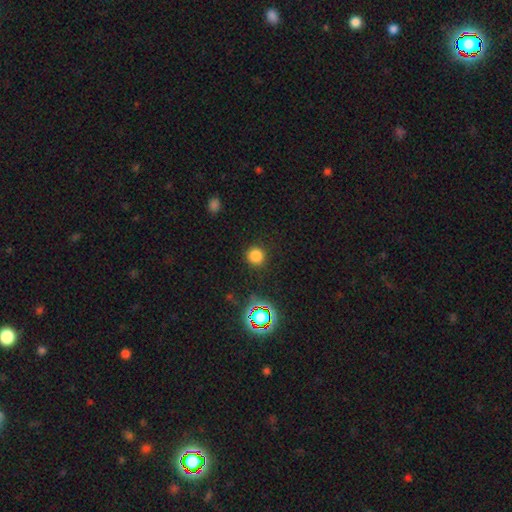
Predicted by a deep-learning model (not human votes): Smooth or featured? Predicted: smooth (p=0.78). How rounded? Predicted: round (p=0.94). Merging? Predicted: none (p=0.89).